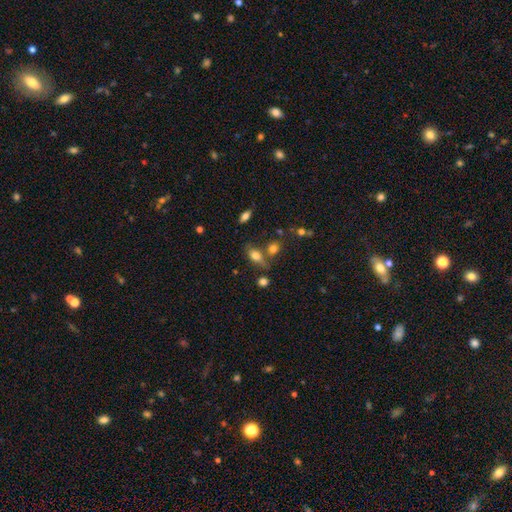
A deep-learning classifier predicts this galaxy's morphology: This appears to be a smooth galaxy with no disk features (72%) that is in between round and cigar-shaped (77%). Merging: none (59%).